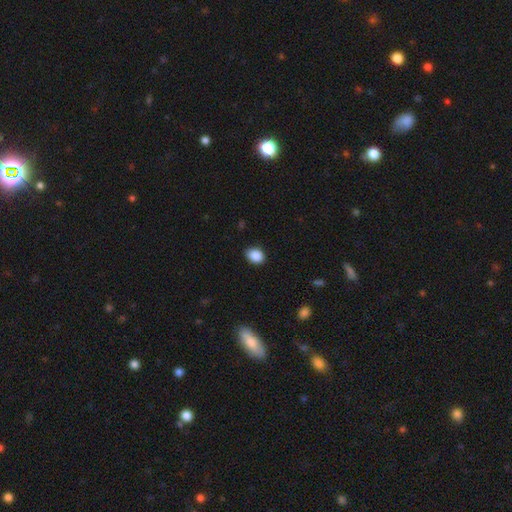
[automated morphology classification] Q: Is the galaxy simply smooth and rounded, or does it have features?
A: smooth — 88%.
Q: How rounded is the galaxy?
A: in between — 66%.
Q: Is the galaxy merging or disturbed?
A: none — 83%.